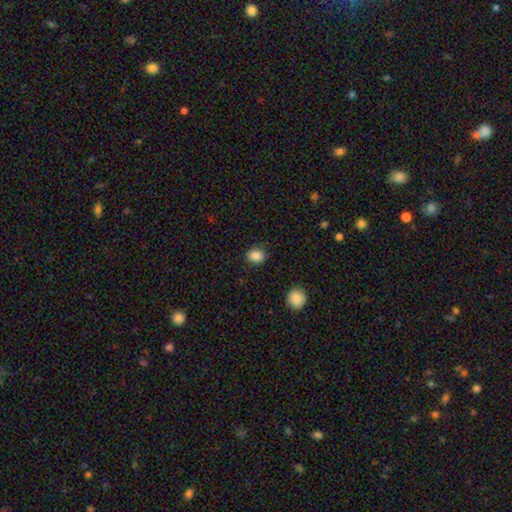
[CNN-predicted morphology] Smooth or featured?
  - smooth: 87% *
  - star or artifact: 10%
  - featured or disk: 4%
How rounded?
  - in between: 50% *
  - round: 49%
  - cigar-shaped: 1%
Merging?
  - none: 83% *
  - minor disturbance: 13%
  - major disturbance: 3%
  - merger: 1%